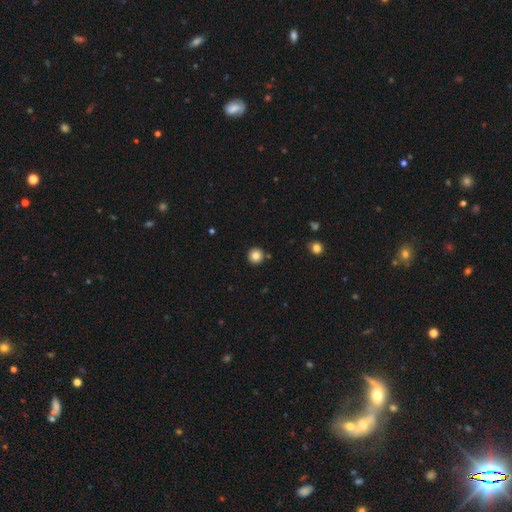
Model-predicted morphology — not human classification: The model was most divided on "smooth or featured": smooth: 84%, star or artifact: 10%, featured or disk: 6%. More confident: how rounded — round (96%); merging — none (91%).